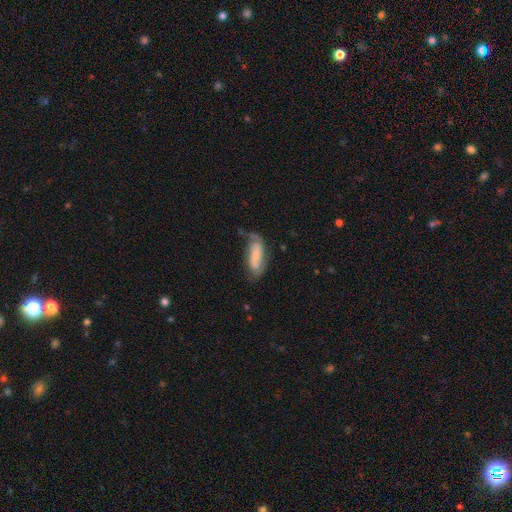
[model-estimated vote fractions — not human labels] A featured or disk galaxy (51%).

Vote fractions:
- Smooth or featured? featured or disk: 51% / smooth: 42% / star or artifact: 7%
- Edge-on disk? no: 88% / yes: 12%
- Merging? none: 49% / minor disturbance: 30% / major disturbance: 16% / merger: 4%